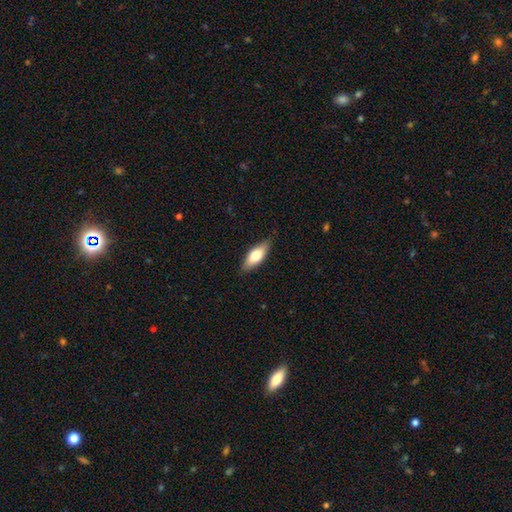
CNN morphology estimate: A smooth galaxy with no disk features (70%) that is in between round and cigar-shaped (73%). Merging: none (84%).